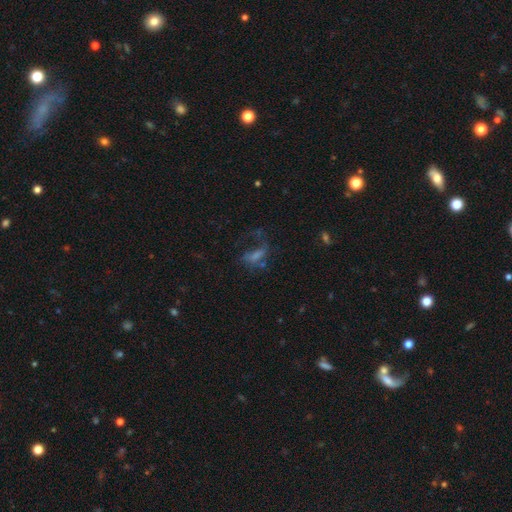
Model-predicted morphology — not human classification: Smooth or featured?
  - featured or disk: 43% *
  - smooth: 30%
  - star or artifact: 27%
Merging?
  - major disturbance: 39% *
  - none: 38%
  - minor disturbance: 17%
  - merger: 5%